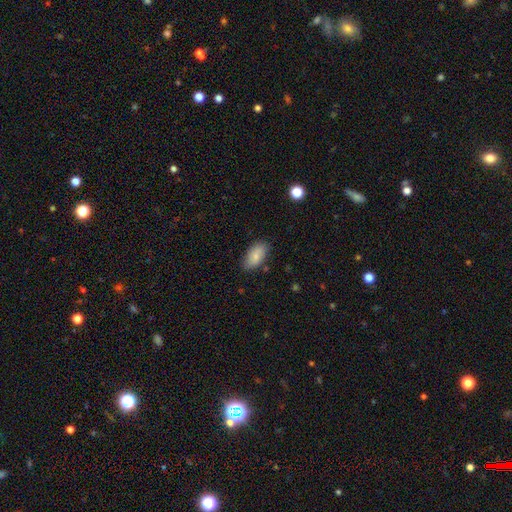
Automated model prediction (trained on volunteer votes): Smooth or featured? Predicted: smooth (p=0.80). How rounded? Predicted: in between (p=0.94). Merging? Predicted: none (p=0.81).